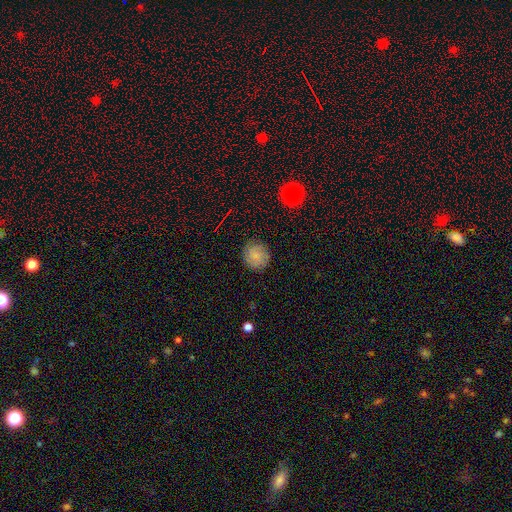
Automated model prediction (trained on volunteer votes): Smooth or featured: smooth — 71% (featured or disk — 19%)
How rounded: round — 88% (in between — 11%)
Merging: none — 86% (minor disturbance — 10%)